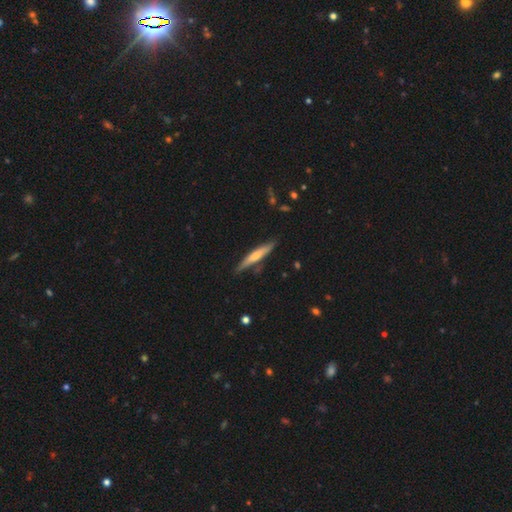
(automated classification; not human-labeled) smooth 51%, featured or disk 44%, star or artifact 6%. Down the decision tree: how rounded — cigar-shaped (92%); merging — none (78%).